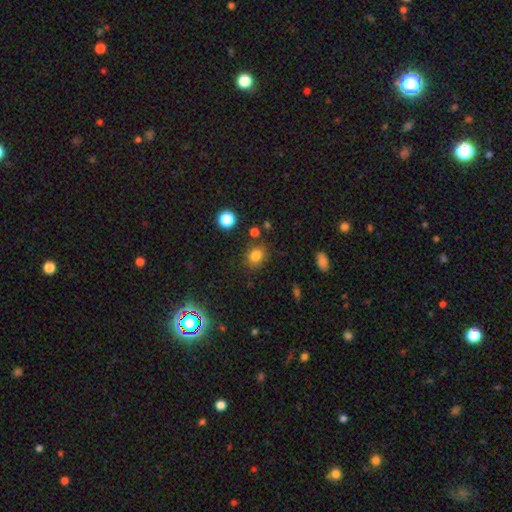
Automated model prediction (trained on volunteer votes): The model was most divided on "how rounded": round: 59%, in between: 40%, cigar-shaped: 1%. More confident: smooth or featured — smooth (81%); merging — none (81%).